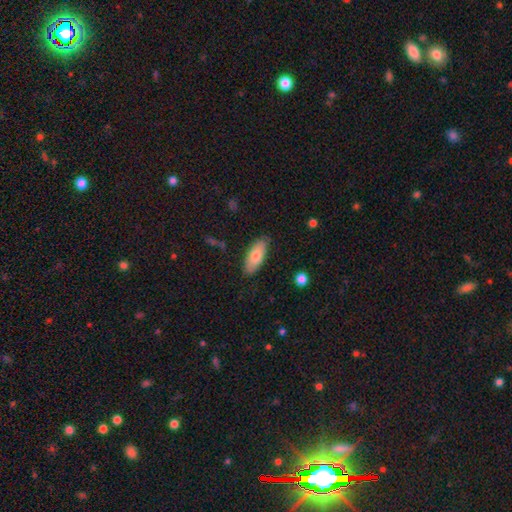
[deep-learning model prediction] The model was most divided on "smooth or featured": smooth: 75%, featured or disk: 19%, star or artifact: 6%. More confident: how rounded — in between (83%); merging — none (82%).